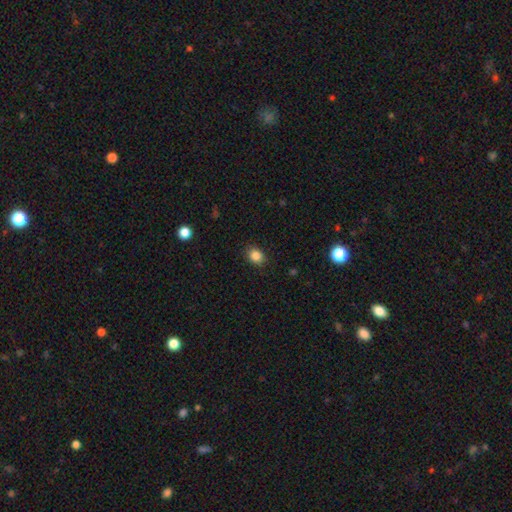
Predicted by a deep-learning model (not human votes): Q: Smooth or featured?
A: smooth (85%); runner-up: star or artifact (10%)
Q: How rounded?
A: round (54%); runner-up: in between (45%)
Q: Merging?
A: none (87%); runner-up: minor disturbance (9%)